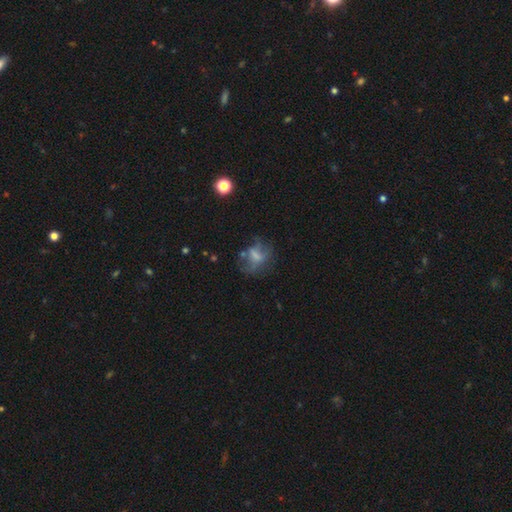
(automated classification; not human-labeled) Morphology: type=smooth (44%); merging=none (39%).